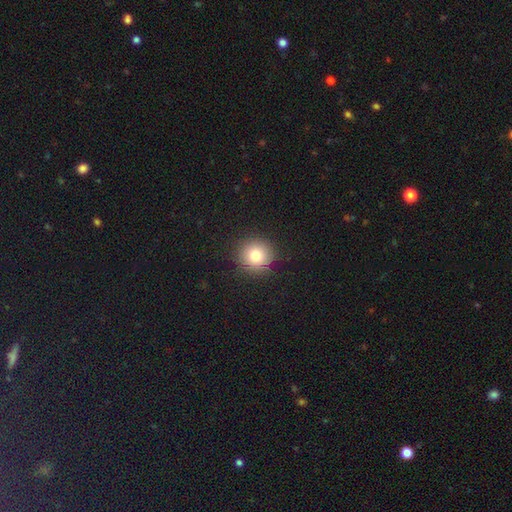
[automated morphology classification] A smooth galaxy with no disk features (79%) that is round (94%). Merging: none (90%).